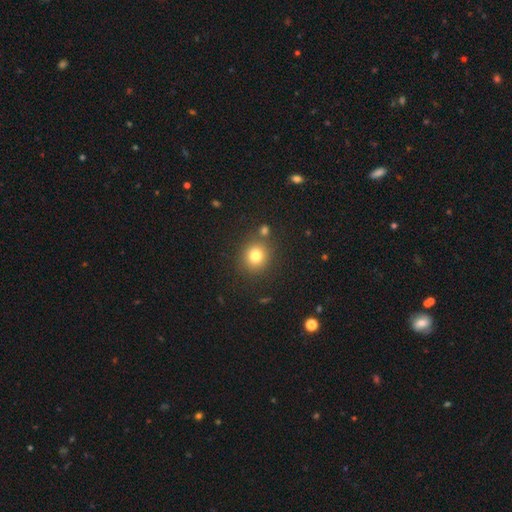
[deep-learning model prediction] Smooth or featured: smooth — 79% (star or artifact — 13%)
How rounded: round — 86% (in between — 13%)
Merging: none — 81% (minor disturbance — 8%)